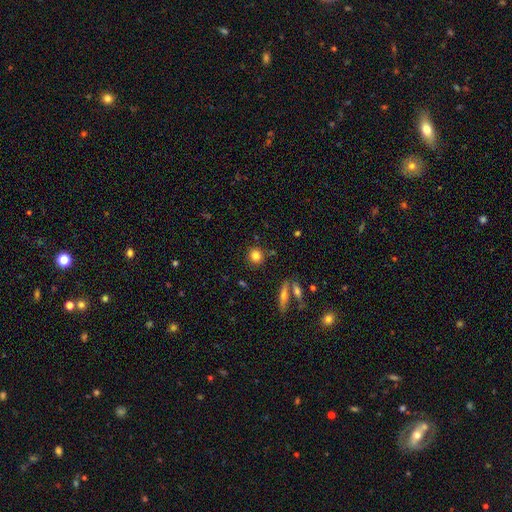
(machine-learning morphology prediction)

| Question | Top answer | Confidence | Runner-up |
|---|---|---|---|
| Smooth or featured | smooth | 81% | star or artifact (11%) |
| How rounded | round | 88% | in between (10%) |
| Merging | none | 83% | minor disturbance (9%) |